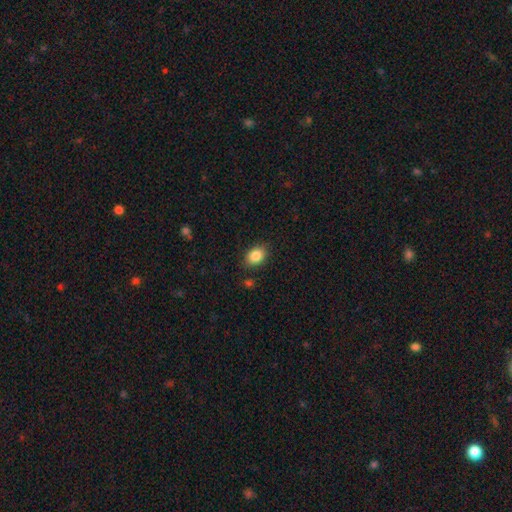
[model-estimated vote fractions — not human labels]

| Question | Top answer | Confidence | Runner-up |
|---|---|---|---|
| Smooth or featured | smooth | 86% | star or artifact (9%) |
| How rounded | in between | 73% | round (26%) |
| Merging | none | 84% | minor disturbance (11%) |